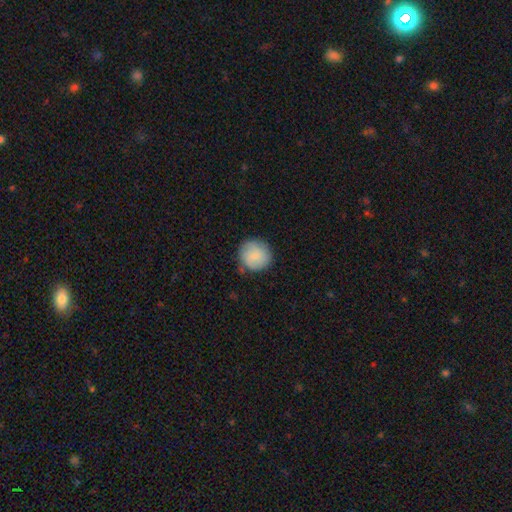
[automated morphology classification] This is clearly a smooth galaxy (83%). How rounded: clearly round (91%). Merging: likely none (79%).